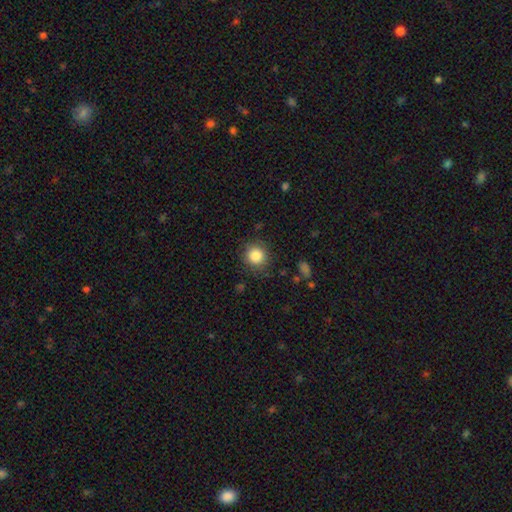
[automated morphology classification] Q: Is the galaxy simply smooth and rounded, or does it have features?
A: smooth — 85%.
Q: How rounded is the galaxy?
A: round — 91%.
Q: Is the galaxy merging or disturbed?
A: none — 85%.